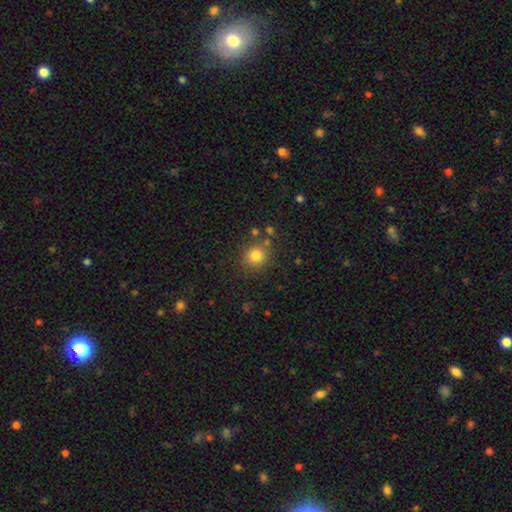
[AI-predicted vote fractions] The model was most divided on "smooth or featured": smooth: 81%, star or artifact: 13%, featured or disk: 6%. More confident: how rounded — round (87%); merging — none (81%).